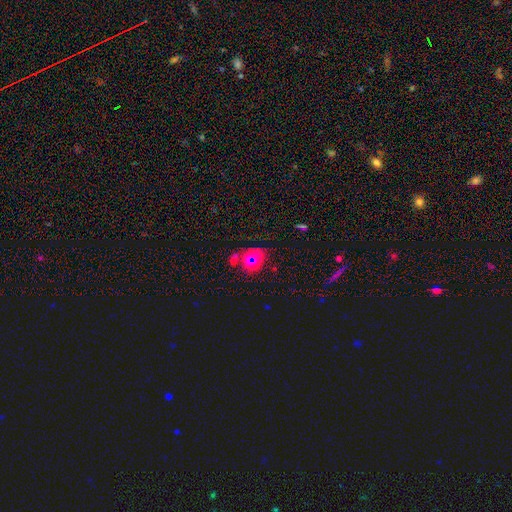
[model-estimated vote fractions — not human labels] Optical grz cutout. It shows a star or artifact, not a galaxy (53%).